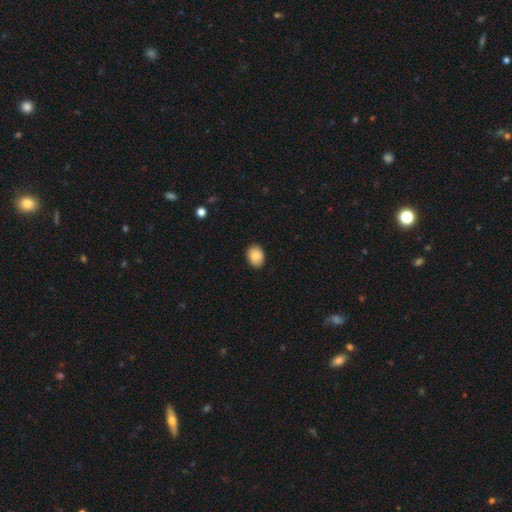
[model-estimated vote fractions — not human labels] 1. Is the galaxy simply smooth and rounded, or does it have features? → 87% smooth, 7% star or artifact, 5% featured or disk.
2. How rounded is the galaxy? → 65% in between, 34% round, 1% cigar-shaped.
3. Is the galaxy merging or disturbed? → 88% none, 10% minor disturbance, 2% major disturbance, 1% merger.